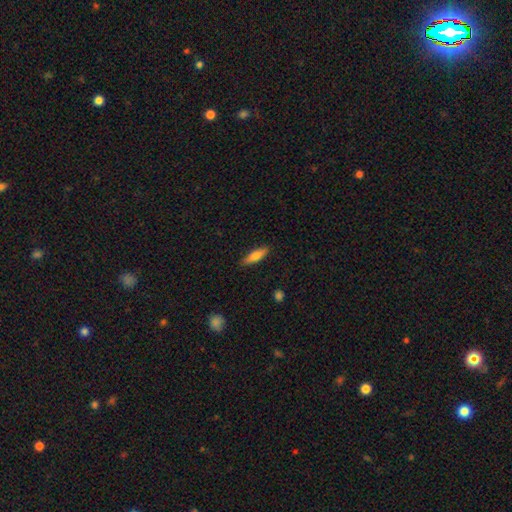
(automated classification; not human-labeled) This is likely a smooth galaxy (68%). How rounded: likely cigar-shaped (65%). Merging: clearly none (87%).